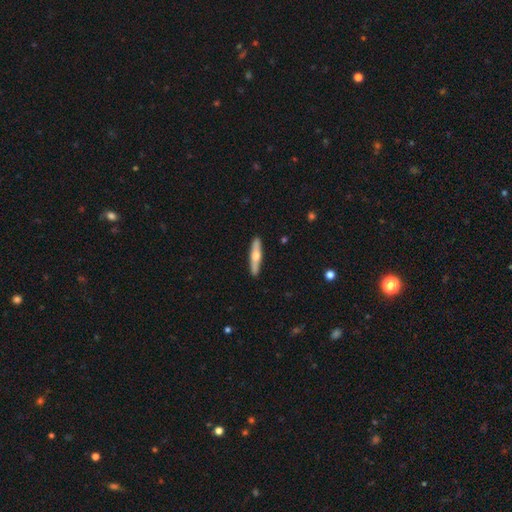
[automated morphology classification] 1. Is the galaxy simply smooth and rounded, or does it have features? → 48% featured or disk, 47% smooth, 5% star or artifact.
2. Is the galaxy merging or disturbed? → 91% none, 7% minor disturbance, 1% major disturbance, 1% merger.